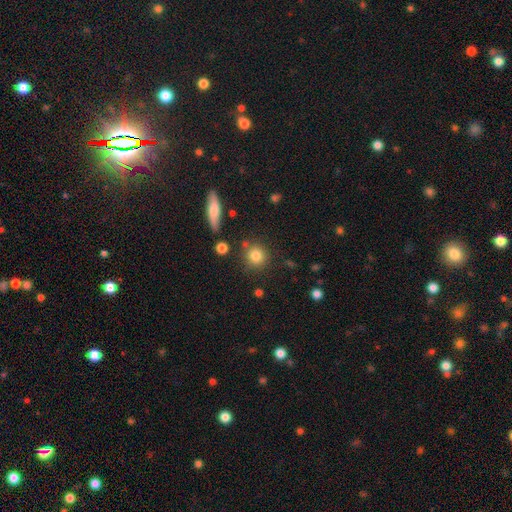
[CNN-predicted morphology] Overall: smooth (82%). How rounded: round (90%). Merging: none (80%).